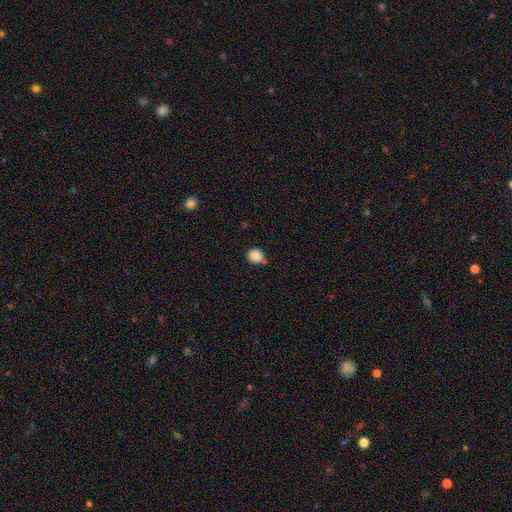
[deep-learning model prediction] Smooth or featured: smooth — 87% (star or artifact — 10%)
How rounded: round — 81% (in between — 18%)
Merging: none — 69% (minor disturbance — 21%)